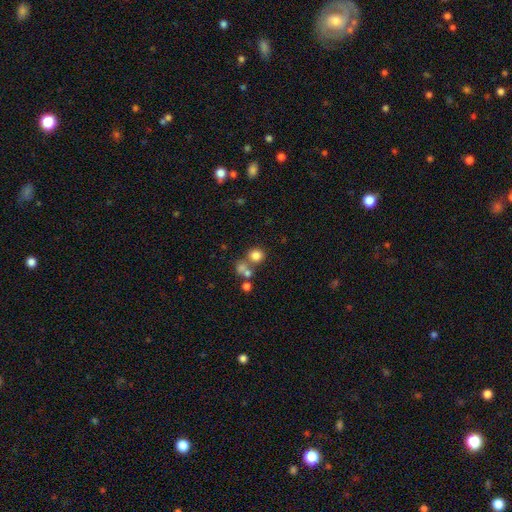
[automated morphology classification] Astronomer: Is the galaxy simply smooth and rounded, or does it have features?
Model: smooth — 77%.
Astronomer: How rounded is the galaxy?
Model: round — 82%.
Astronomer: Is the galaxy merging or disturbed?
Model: none — 58%.